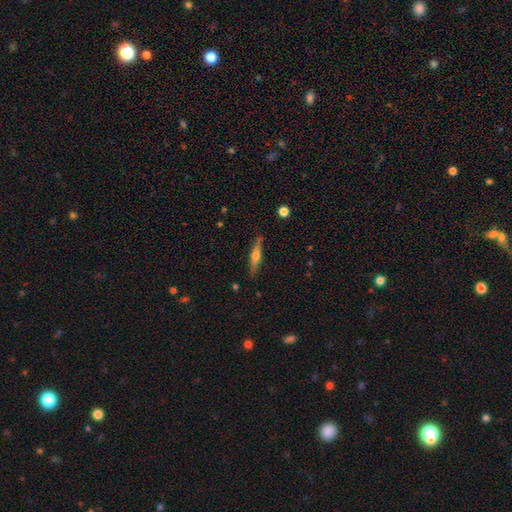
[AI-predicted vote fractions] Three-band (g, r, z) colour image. It shows a featured or disk galaxy (58%) viewed edge-on (95%) with a rounded central bulge (88%). Merging: none (85%).